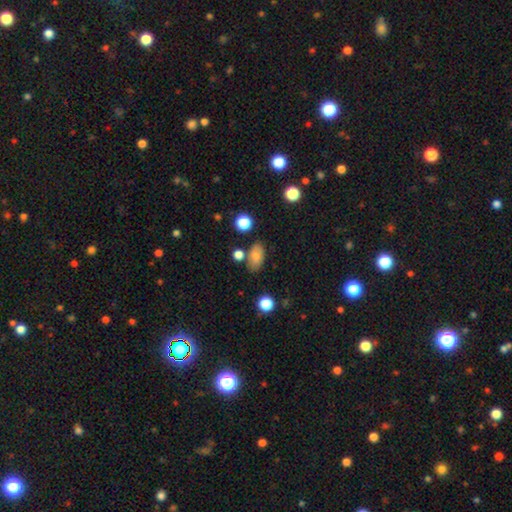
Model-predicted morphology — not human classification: Smooth or featured? smooth (78%)
How rounded? in between (89%)
Merging? none (74%)